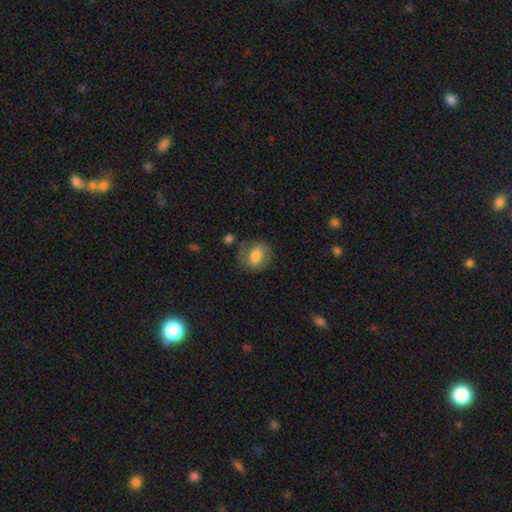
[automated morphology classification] Smooth or featured? smooth (58%)
How rounded? in between (51%)
Merging? none (63%)